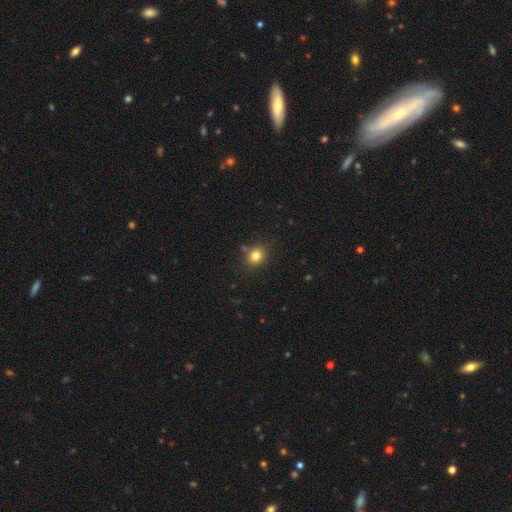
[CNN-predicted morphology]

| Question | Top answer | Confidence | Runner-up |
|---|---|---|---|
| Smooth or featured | smooth | 81% | star or artifact (12%) |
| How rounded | round | 74% | in between (25%) |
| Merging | none | 80% | minor disturbance (11%) |